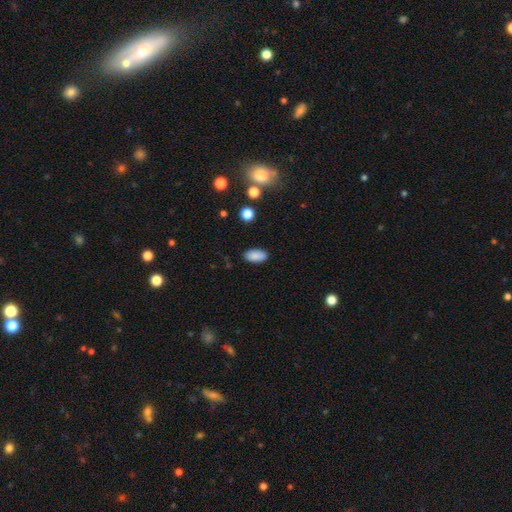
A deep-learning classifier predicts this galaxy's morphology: Smooth or featured: smooth — 88% (star or artifact — 8%)
How rounded: in between — 93% (cigar-shaped — 4%)
Merging: none — 88% (minor disturbance — 8%)